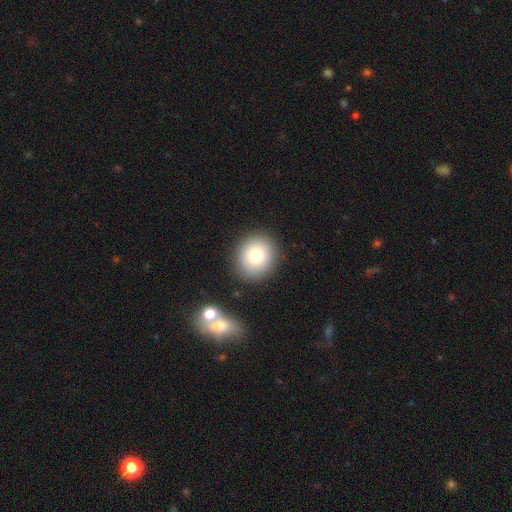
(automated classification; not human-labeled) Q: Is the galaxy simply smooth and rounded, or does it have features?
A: smooth — 78%.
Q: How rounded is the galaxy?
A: round — 84%.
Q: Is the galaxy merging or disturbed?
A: none — 87%.